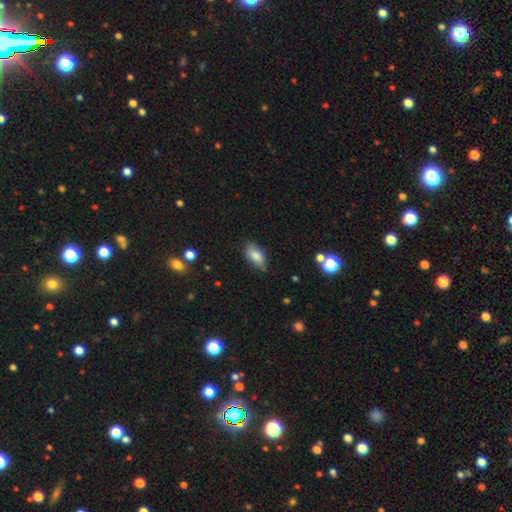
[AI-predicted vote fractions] smooth_or_featured: smooth (p=0.83) [alt: featured or disk p=0.09]
how_rounded: in between (p=0.91) [alt: cigar-shaped p=0.05]
merging: none (p=0.71) [alt: minor disturbance p=0.23]